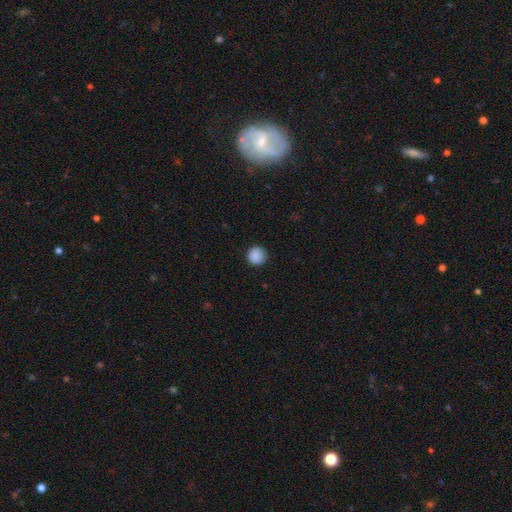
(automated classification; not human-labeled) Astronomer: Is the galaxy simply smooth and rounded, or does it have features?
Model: smooth — 89%.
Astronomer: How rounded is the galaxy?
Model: round — 95%.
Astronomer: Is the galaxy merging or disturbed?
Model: none — 91%.